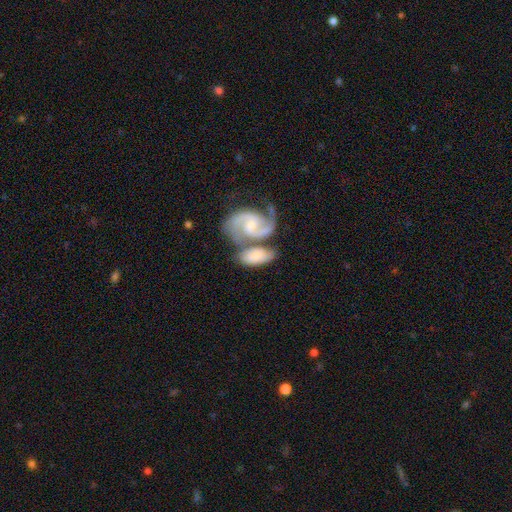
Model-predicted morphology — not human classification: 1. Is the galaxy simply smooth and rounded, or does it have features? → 59% featured or disk, 36% smooth, 5% star or artifact.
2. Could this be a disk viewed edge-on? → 94% no, 6% yes.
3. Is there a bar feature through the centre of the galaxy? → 49% no, 40% weak, 11% strong.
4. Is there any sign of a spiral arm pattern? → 92% yes, 8% no.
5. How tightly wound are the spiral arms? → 51% medium, 29% loose, 20% tight.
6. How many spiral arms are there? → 87% 2, 6% can't tell, 3% 3, 2% 1, 1% 4, 1% more than 4.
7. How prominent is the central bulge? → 57% small, 27% moderate, 11% none, 4% large, 2% dominant.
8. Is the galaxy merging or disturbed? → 48% merger, 31% none, 14% minor disturbance, 6% major disturbance.